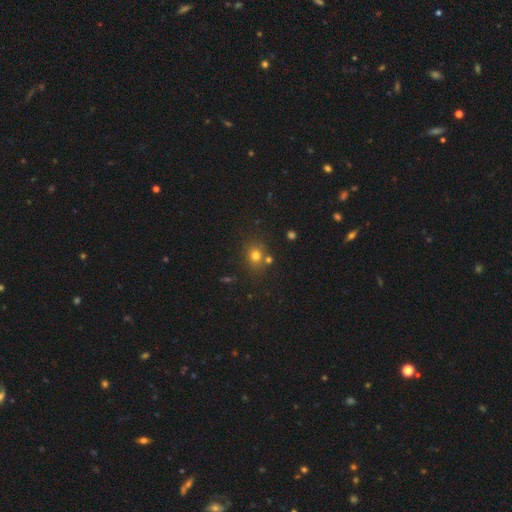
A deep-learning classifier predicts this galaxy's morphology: smooth_or_featured: smooth (p=0.74) [alt: star or artifact p=0.17]
how_rounded: round (p=0.69) [alt: in between p=0.30]
merging: none (p=0.71) [alt: merger p=0.13]